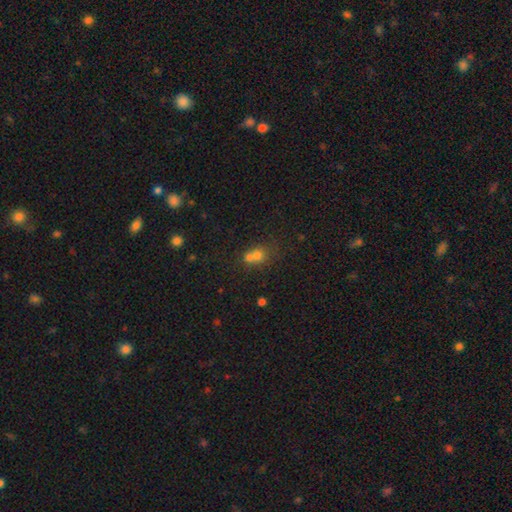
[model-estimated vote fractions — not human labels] Smooth or featured? smooth (65%)
How rounded? round (72%)
Merging? merger (57%)